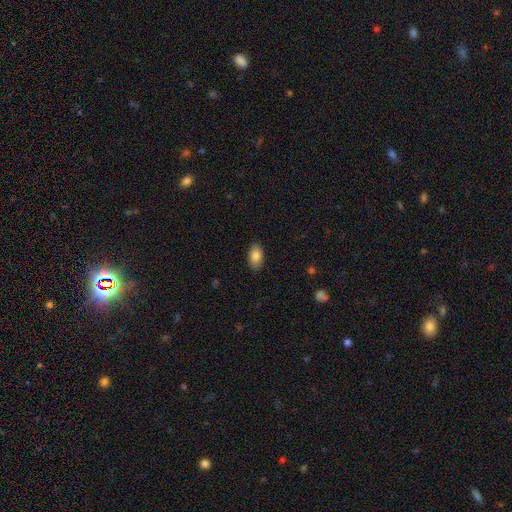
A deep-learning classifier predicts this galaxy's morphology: Smooth or featured? smooth (85%)
How rounded? in between (93%)
Merging? none (87%)